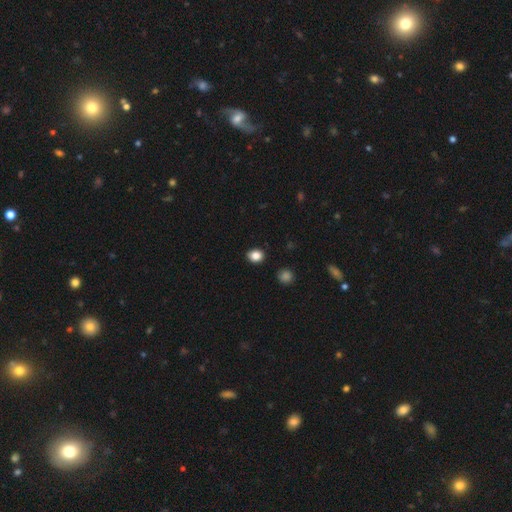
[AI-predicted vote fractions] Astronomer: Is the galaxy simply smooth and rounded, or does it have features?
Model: smooth — 85%.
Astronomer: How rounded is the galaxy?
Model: round — 61% (runner-up: in between, 38%).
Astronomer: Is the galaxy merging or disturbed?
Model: none — 89%.